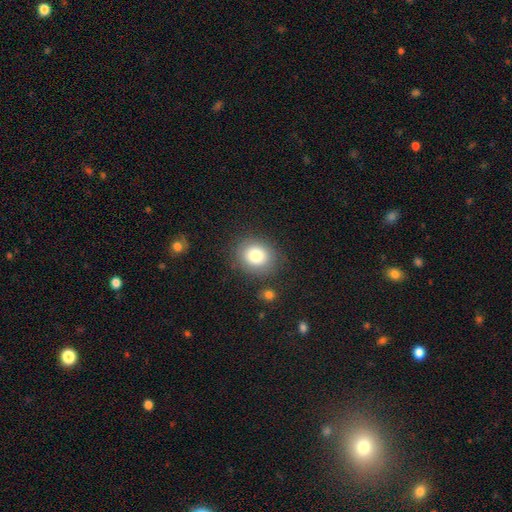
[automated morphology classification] type=smooth (78%); roundness=round (71%); merging=none (82%).